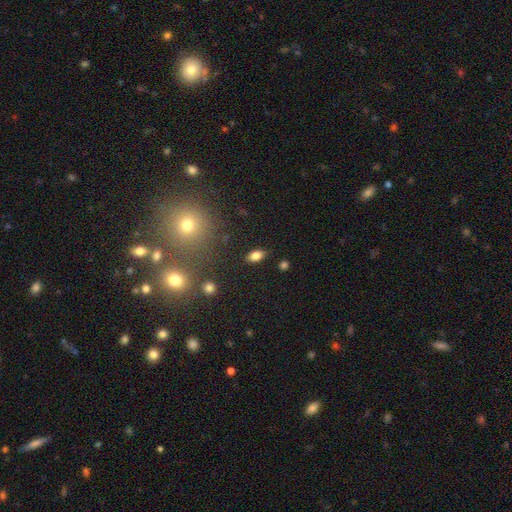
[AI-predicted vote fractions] A smooth galaxy with no disk features (82%) that is in between round and cigar-shaped (89%). Merging: none (86%).